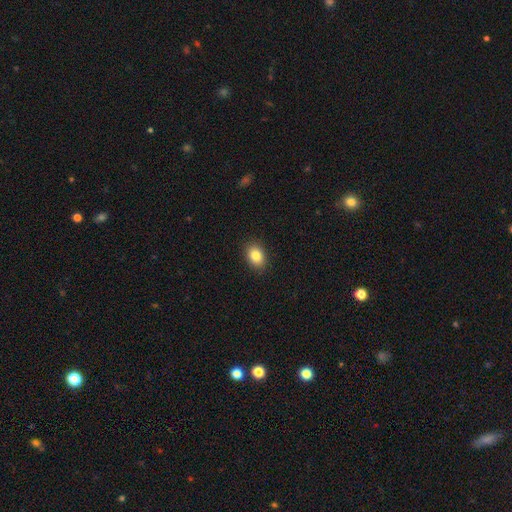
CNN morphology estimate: type=smooth (84%); roundness=in between (73%); merging=none (89%).